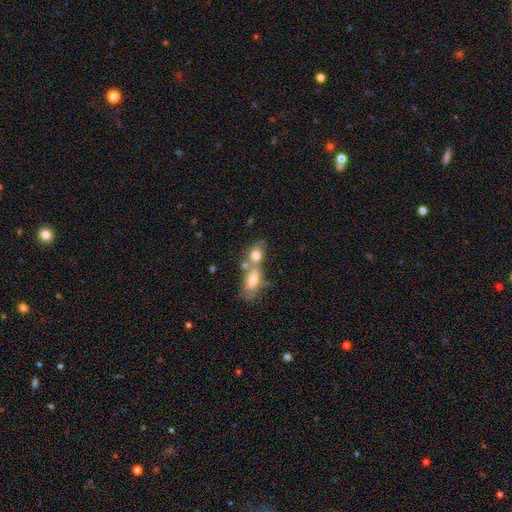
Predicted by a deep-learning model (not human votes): smooth 68%, featured or disk 23%, star or artifact 10%. Down the decision tree: how rounded — in between (69%); merging — merger (65%).